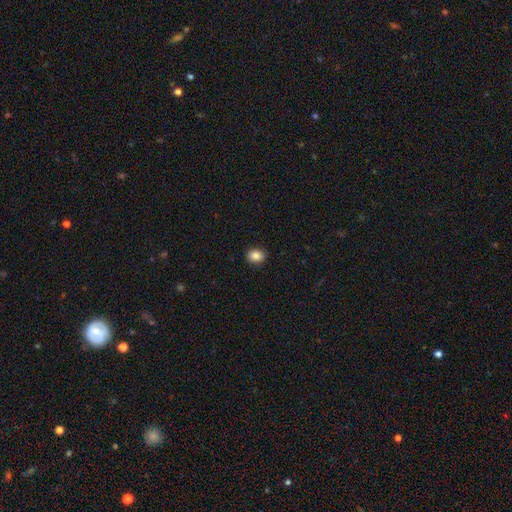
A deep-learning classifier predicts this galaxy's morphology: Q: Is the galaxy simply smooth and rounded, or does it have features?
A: smooth — 87%.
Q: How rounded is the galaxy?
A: in between — 51%.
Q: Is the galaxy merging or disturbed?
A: none — 90%.